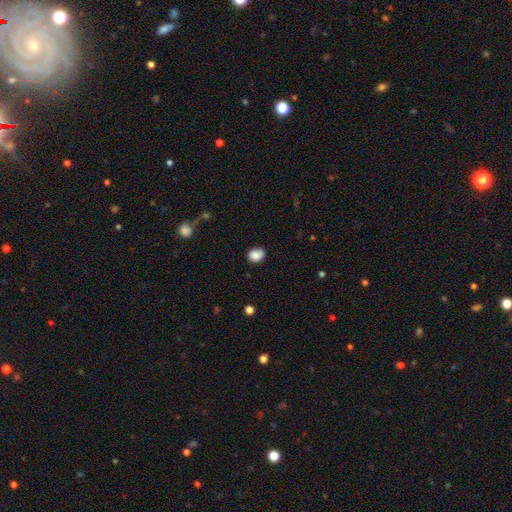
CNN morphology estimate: Q: Smooth or featured?
A: smooth (83%); runner-up: star or artifact (9%)
Q: How rounded?
A: in between (56%); runner-up: round (43%)
Q: Merging?
A: none (66%); runner-up: minor disturbance (25%)